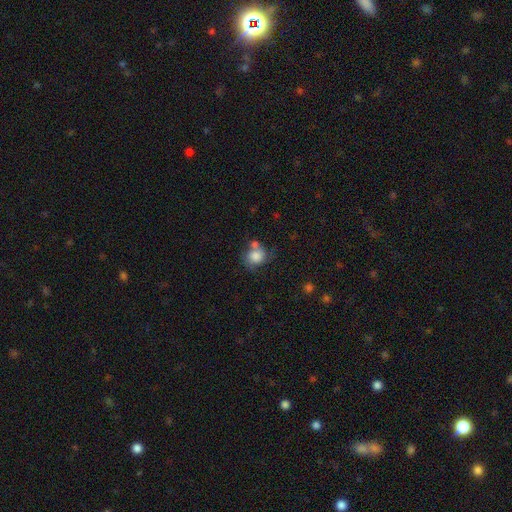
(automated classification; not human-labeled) Smooth or featured?
  - smooth: 77% *
  - featured or disk: 14%
  - star or artifact: 9%
How rounded?
  - round: 70% *
  - in between: 29%
  - cigar-shaped: 1%
Merging?
  - none: 42% *
  - merger: 28%
  - minor disturbance: 20%
  - major disturbance: 9%